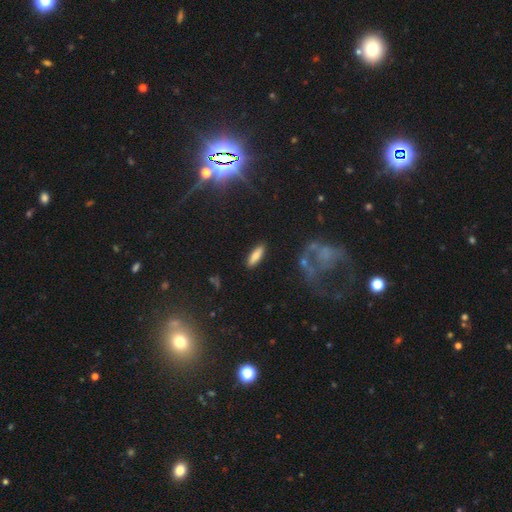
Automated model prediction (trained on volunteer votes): Morphology: type=smooth (80%); roundness=in between (49%, tied with cigar-shaped); merging=none (86%).